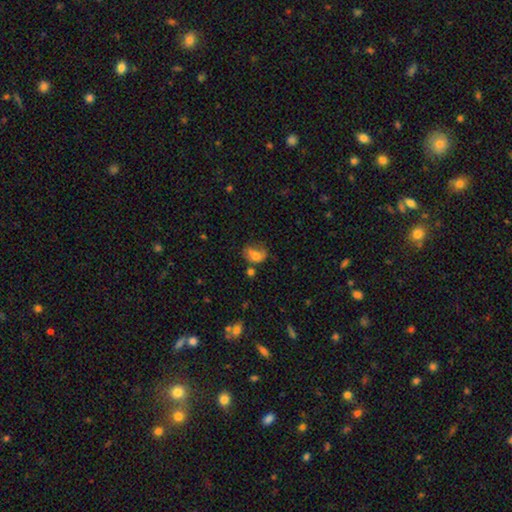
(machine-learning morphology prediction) A smooth galaxy with no disk features (66%) that is in between round and cigar-shaped (68%). Merging: none (31%).